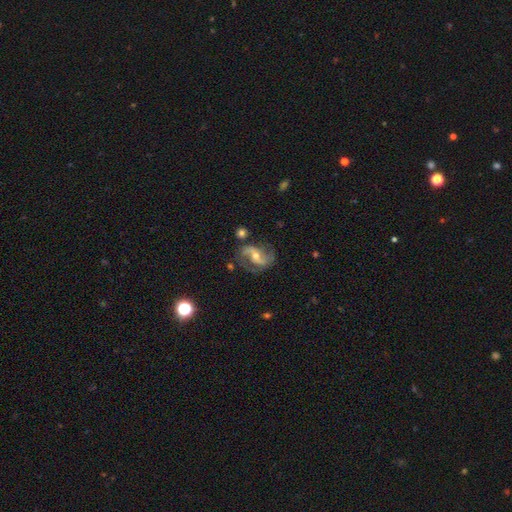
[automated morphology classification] The model was most divided on "spiral winding": medium: 46%, loose: 41%, tight: 13%. Remaining: edge-on disk — no (97%); spiral arms — yes (95%); spiral arm count — 2 (90%); smooth or featured — featured or disk (86%); merging — none (68%); bulge size — moderate (57%); bar — weak (40%).